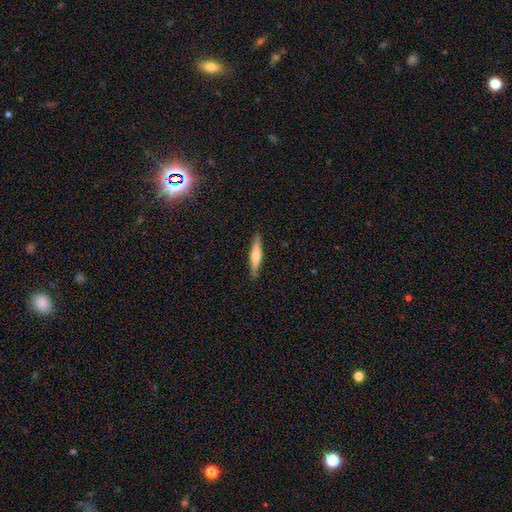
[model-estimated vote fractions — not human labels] featured or disk 50%, smooth 44%, star or artifact 6%. Down the decision tree: edge-on disk — yes (95%); merging — none (89%).